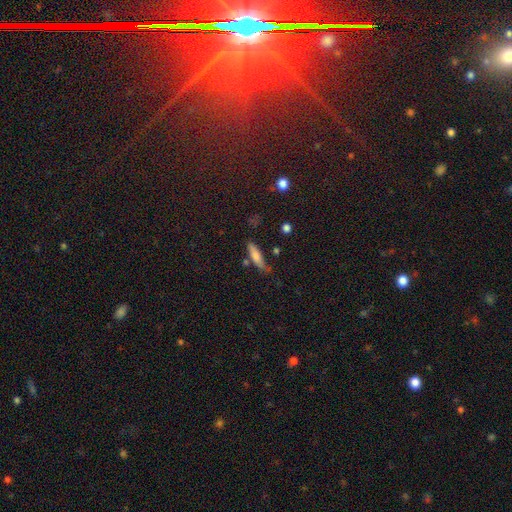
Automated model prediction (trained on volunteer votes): smooth_or_featured: smooth (p=0.71) [alt: featured or disk p=0.21]
how_rounded: cigar-shaped (p=0.70) [alt: in between p=0.28]
merging: none (p=0.65) [alt: minor disturbance p=0.22]